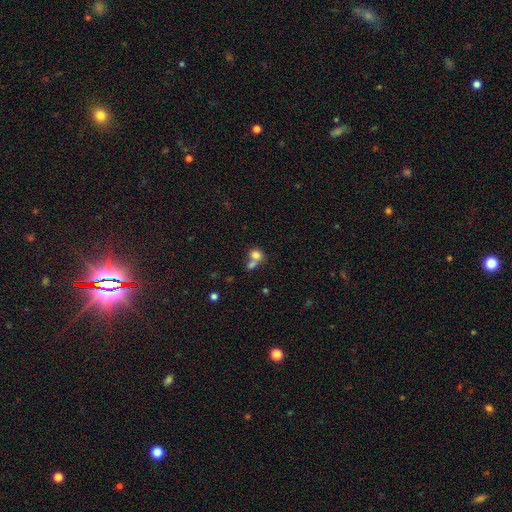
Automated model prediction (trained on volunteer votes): Smooth or featured? Predicted: smooth (p=0.78). How rounded? Predicted: in between (p=0.57). Merging? Predicted: merger (p=0.54).